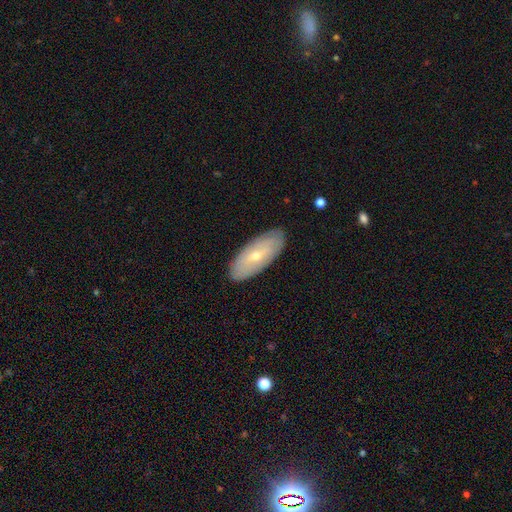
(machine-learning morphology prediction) A featured or disk galaxy (47%).

Vote fractions:
- Smooth or featured? featured or disk: 47% / smooth: 46% / star or artifact: 7%
- Merging? none: 87% / minor disturbance: 10% / major disturbance: 2% / merger: 1%